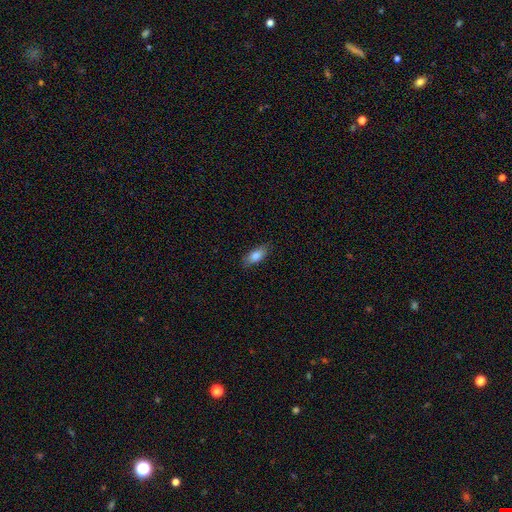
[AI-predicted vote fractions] A smooth galaxy with no disk features (81%) that is in between round and cigar-shaped (80%).

Vote fractions:
- Smooth or featured? smooth: 81% / featured or disk: 12% / star or artifact: 7%
- How rounded? in between: 80% / cigar-shaped: 17% / round: 3%
- Merging? none: 84% / minor disturbance: 13% / major disturbance: 3% / merger: 1%